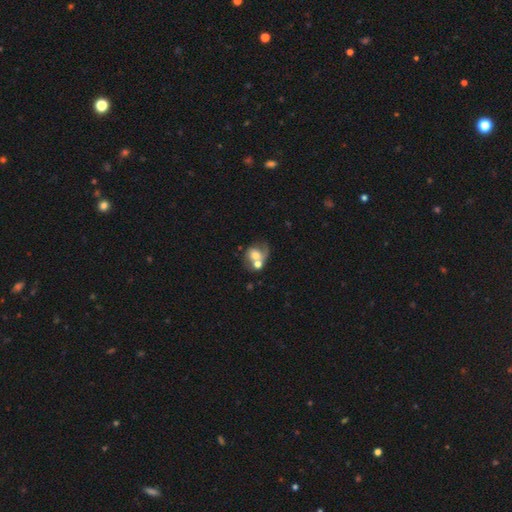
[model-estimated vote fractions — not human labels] Smooth or featured: featured or disk — 48% (smooth — 43%)
Merging: merger — 49% (none — 26%)